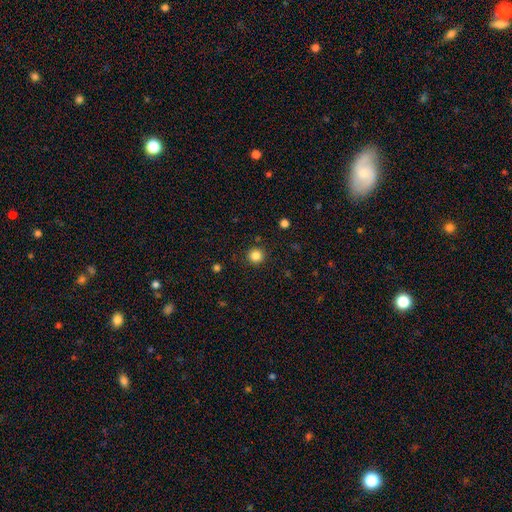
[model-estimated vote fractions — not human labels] Smooth or featured?
  - smooth: 84% *
  - star or artifact: 12%
  - featured or disk: 4%
How rounded?
  - round: 94% *
  - in between: 5%
  - cigar-shaped: 1%
Merging?
  - none: 91% *
  - minor disturbance: 6%
  - major disturbance: 2%
  - merger: 1%